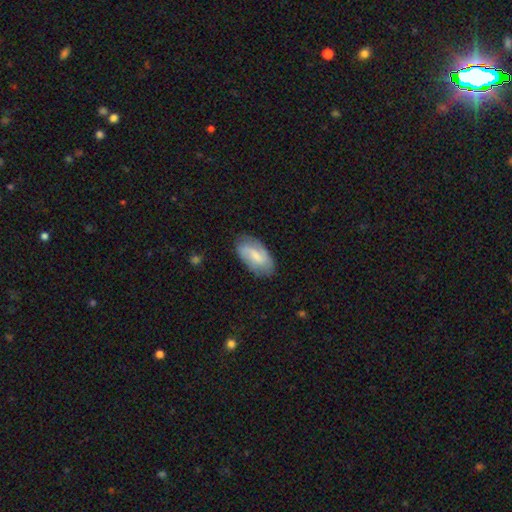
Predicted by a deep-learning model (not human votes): featured or disk 50%, smooth 44%, star or artifact 6%. Down the decision tree: merging — none (75%).